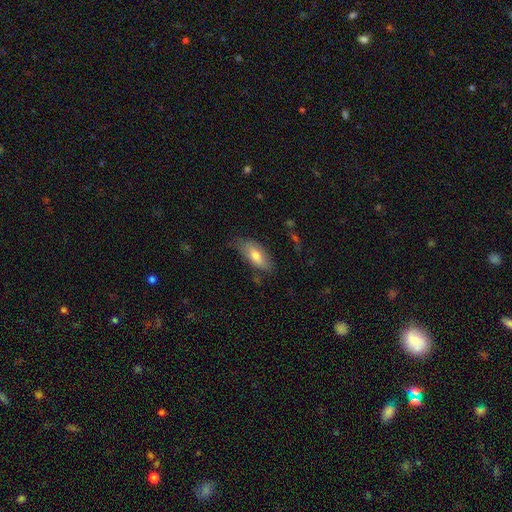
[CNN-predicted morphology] This is likely a smooth galaxy (68%). How rounded: likely in between (80%). Merging: likely none (65%).